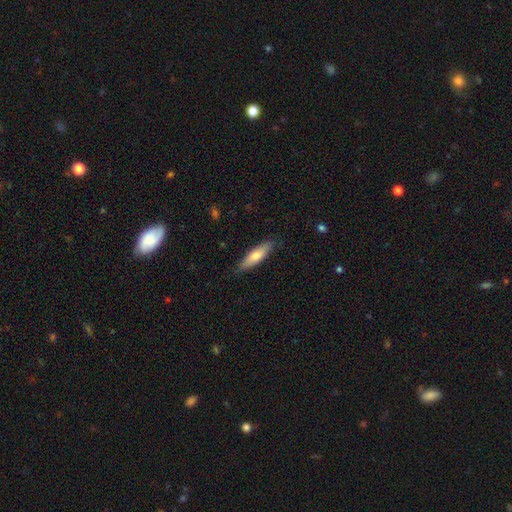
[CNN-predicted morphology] smooth-or-featured: smooth: 68% | featured or disk: 26% | star or artifact: 6%
  how-rounded: cigar-shaped: 63% | in between: 35% | round: 2%
  merging: none: 85% | minor disturbance: 12% | major disturbance: 2% | merger: 1%